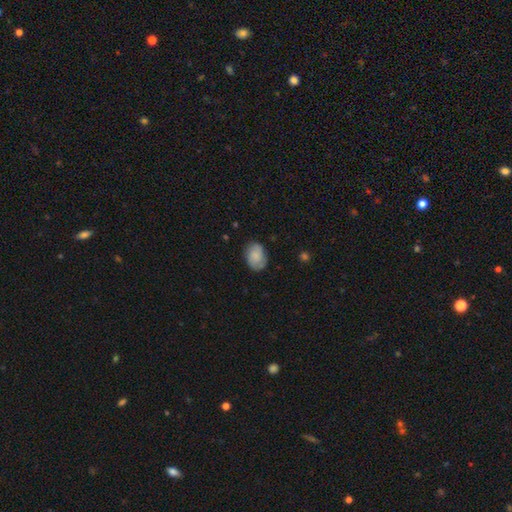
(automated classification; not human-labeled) Smooth or featured? Predicted: smooth (p=0.77). How rounded? Predicted: in between (p=0.75). Merging? Predicted: none (p=0.74).